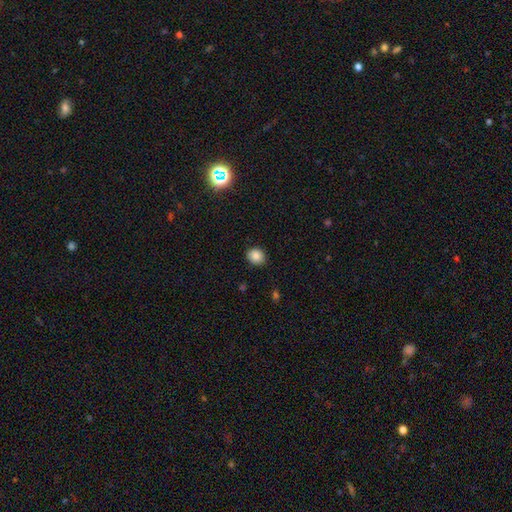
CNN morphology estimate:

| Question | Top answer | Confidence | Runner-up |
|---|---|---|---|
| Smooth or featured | smooth | 85% | star or artifact (10%) |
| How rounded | round | 66% | in between (33%) |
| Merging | none | 89% | minor disturbance (8%) |